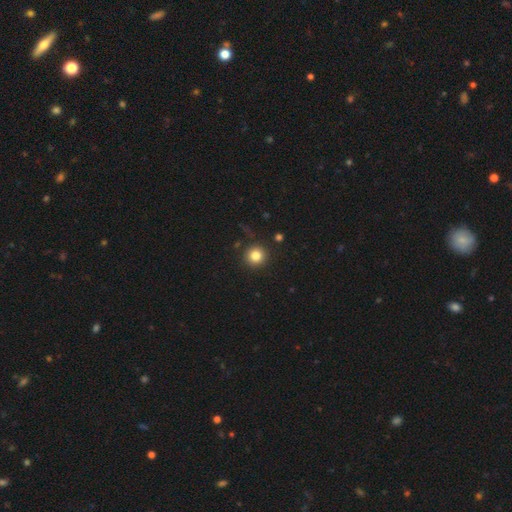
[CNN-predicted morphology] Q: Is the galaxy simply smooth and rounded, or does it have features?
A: smooth — 83%.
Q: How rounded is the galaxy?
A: round — 94%.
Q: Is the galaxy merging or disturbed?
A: none — 90%.